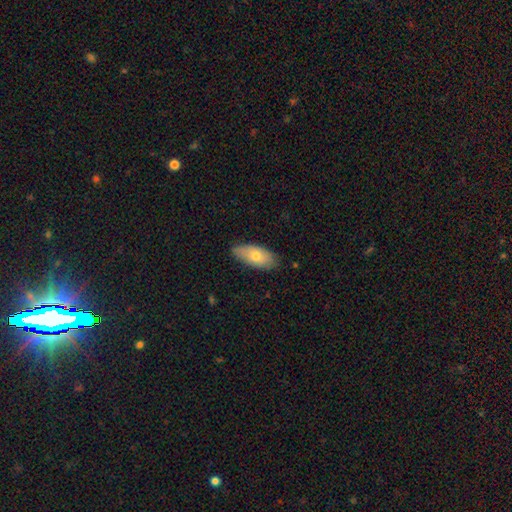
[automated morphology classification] Smooth or featured? Predicted: smooth (p=0.72). How rounded? Predicted: in between (p=0.88). Merging? Predicted: none (p=0.82).